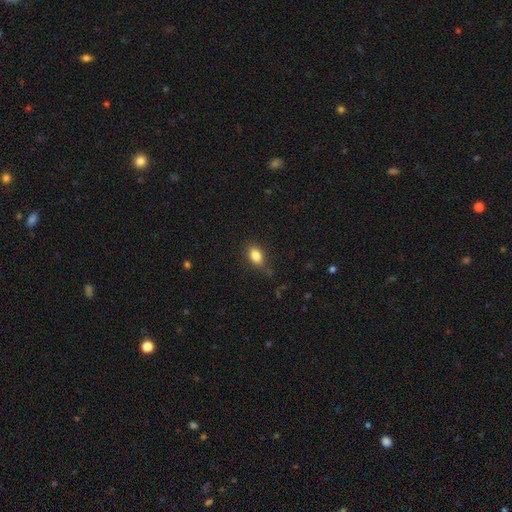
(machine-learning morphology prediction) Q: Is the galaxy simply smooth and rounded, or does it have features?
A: smooth — 83%.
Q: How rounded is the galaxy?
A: in between — 82%.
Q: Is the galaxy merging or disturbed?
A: none — 73%.